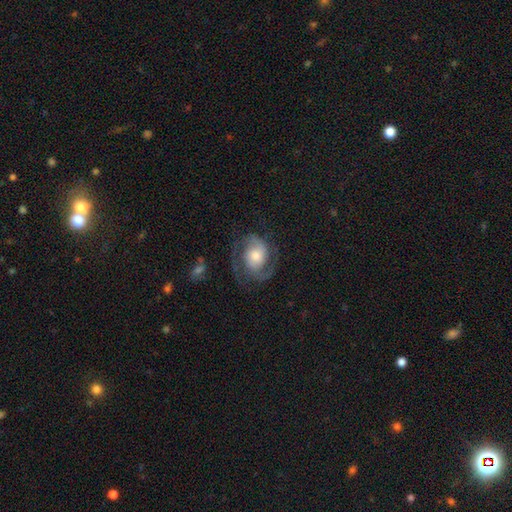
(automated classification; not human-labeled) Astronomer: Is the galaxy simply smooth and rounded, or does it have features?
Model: featured or disk — 83%.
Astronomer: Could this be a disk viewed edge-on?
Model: no — 98%.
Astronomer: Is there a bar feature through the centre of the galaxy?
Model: no — 65%.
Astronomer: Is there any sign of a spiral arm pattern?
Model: yes — 96%.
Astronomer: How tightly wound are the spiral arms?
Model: medium — 51% (runner-up: tight, 32%).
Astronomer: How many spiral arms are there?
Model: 2 — 85%.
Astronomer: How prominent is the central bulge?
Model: moderate — 55%.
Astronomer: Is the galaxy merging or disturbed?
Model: none — 69%.